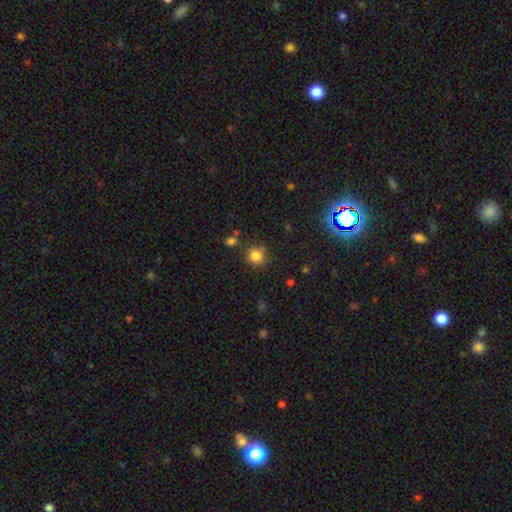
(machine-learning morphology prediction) type=smooth (82%); roundness=round (89%); merging=none (77%).